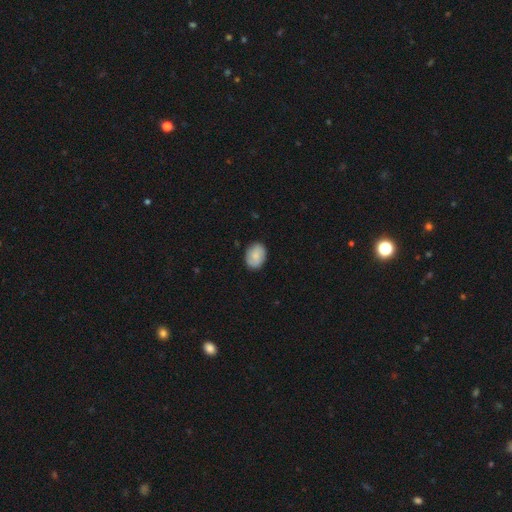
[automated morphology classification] This appears to be a smooth galaxy with no disk features (78%) that is in between round and cigar-shaped (70%). Merging: none (86%).